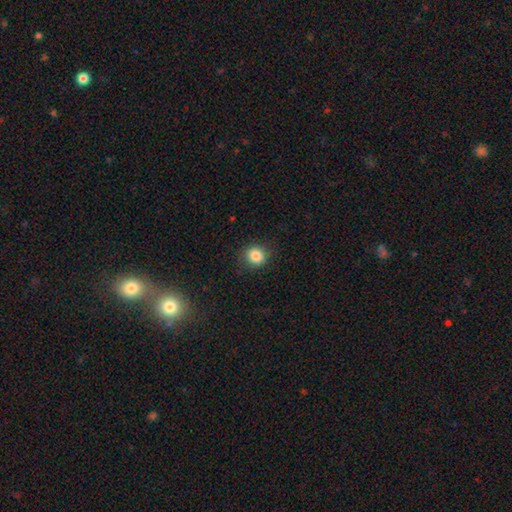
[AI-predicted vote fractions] smooth_or_featured: smooth (p=0.84) [alt: star or artifact p=0.10]
how_rounded: round (p=0.82) [alt: in between p=0.17]
merging: none (p=0.83) [alt: minor disturbance p=0.12]